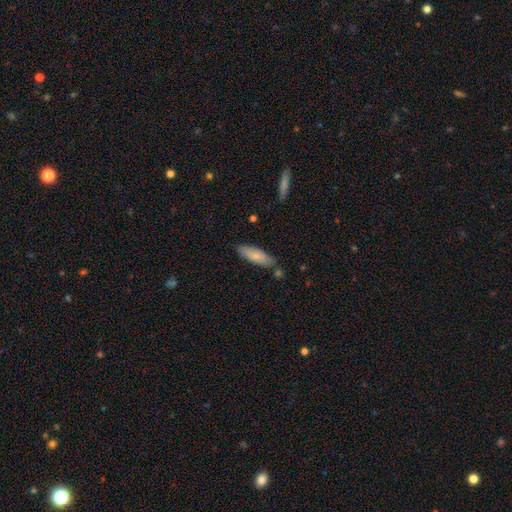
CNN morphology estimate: This appears to be a smooth galaxy with no disk features (81%) that is cigar-shaped (52%). Merging: none (79%).